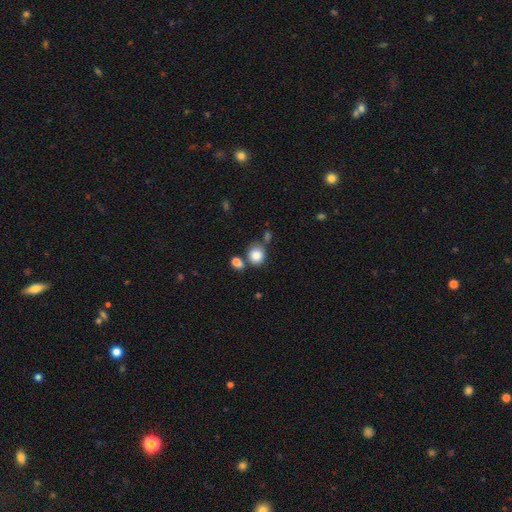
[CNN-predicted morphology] A smooth galaxy with no disk features (84%) that is round (74%). Merging: none (63%).